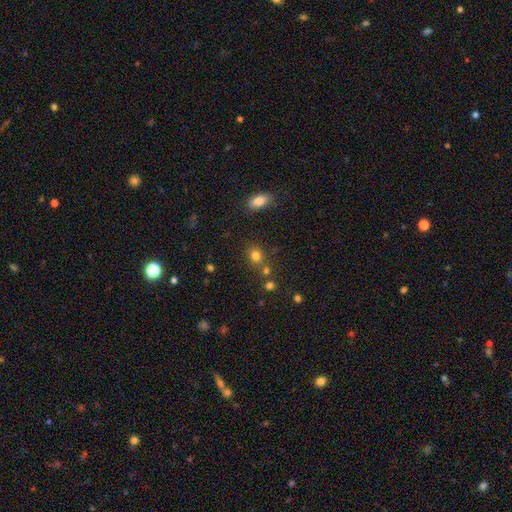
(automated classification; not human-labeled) This is likely a smooth galaxy (78%). How rounded: likely round (71%). Merging: likely none (70%).